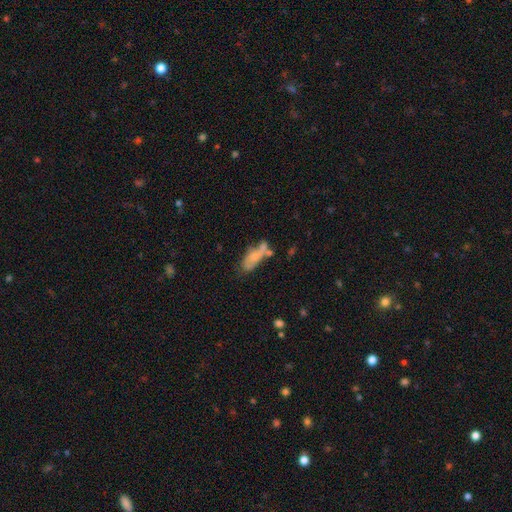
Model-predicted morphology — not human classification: smooth-or-featured: smooth: 55% | featured or disk: 36% | star or artifact: 9%
  how-rounded: in between: 66% | cigar-shaped: 30% | round: 4%
  merging: none: 38% | minor disturbance: 24% | merger: 24% | major disturbance: 14%